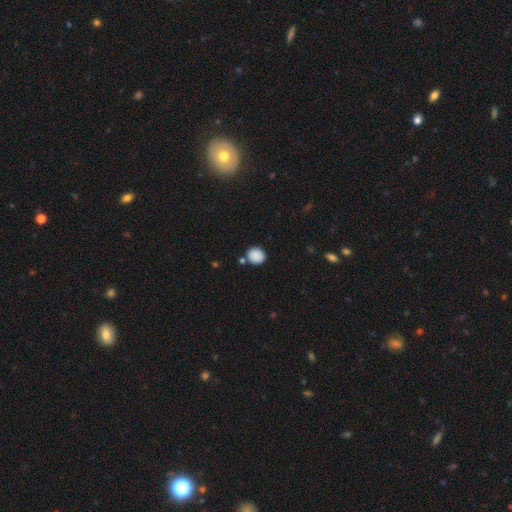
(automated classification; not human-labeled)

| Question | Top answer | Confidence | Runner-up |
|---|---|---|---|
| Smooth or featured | smooth | 88% | star or artifact (9%) |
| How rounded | round | 84% | in between (15%) |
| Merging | none | 79% | minor disturbance (9%) |